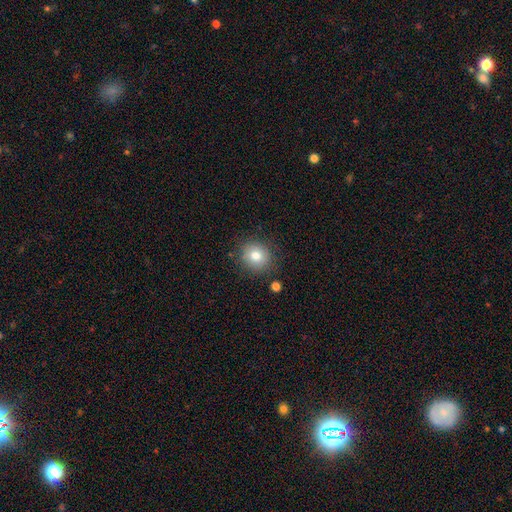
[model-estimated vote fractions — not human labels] smooth 79%, star or artifact 11%, featured or disk 10%. Down the decision tree: how rounded — round (86%); merging — none (84%).